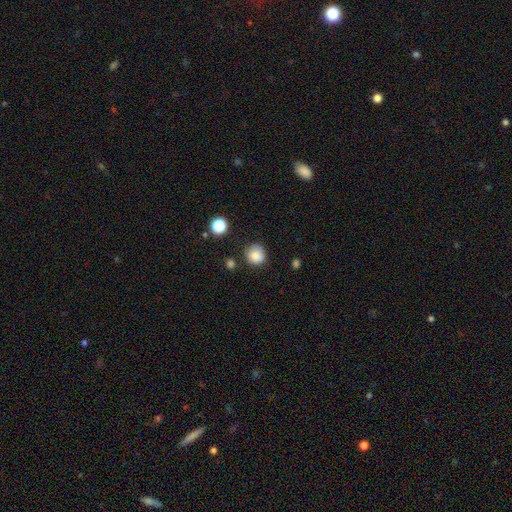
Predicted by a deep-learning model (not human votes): smooth-or-featured: smooth: 81% | star or artifact: 11% | featured or disk: 8%
  how-rounded: round: 90% | in between: 9% | cigar-shaped: 1%
  merging: none: 75% | minor disturbance: 17% | major disturbance: 4% | merger: 3%